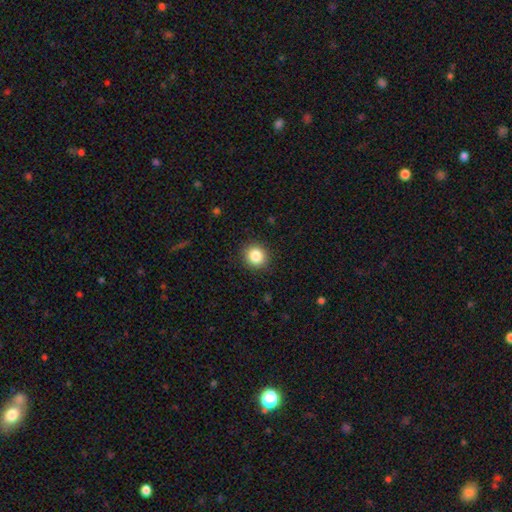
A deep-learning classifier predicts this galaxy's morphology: The model was most divided on "smooth or featured": smooth: 85%, star or artifact: 10%, featured or disk: 5%. More confident: merging — none (90%); how rounded — round (88%).